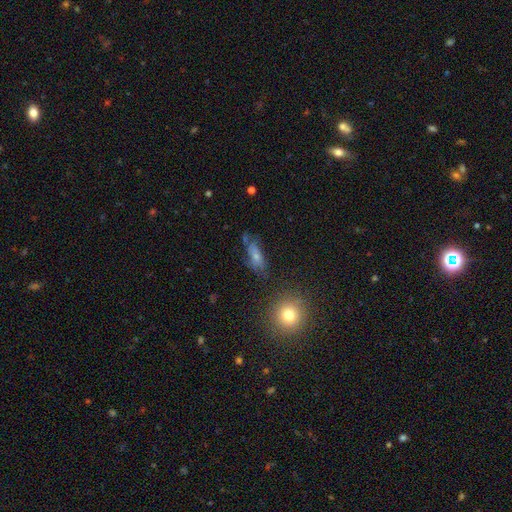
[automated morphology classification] type=smooth (62%); roundness=in between (70%); merging=none (54%).